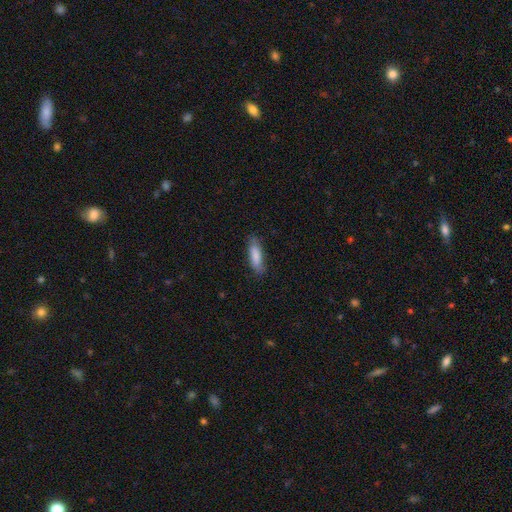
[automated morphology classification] Smooth or featured?
  - smooth: 84% *
  - featured or disk: 11%
  - star or artifact: 6%
How rounded?
  - cigar-shaped: 53% *
  - in between: 45%
  - round: 2%
Merging?
  - none: 80% *
  - minor disturbance: 15%
  - major disturbance: 3%
  - merger: 1%